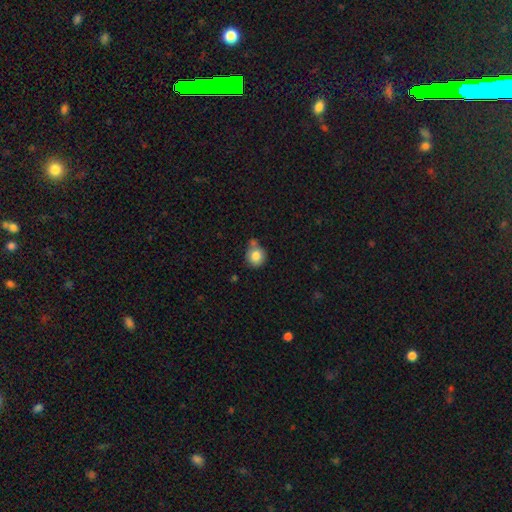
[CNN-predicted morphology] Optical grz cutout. It shows a smooth galaxy with no disk features (82%) that is round (84%). Merging: none (60%).